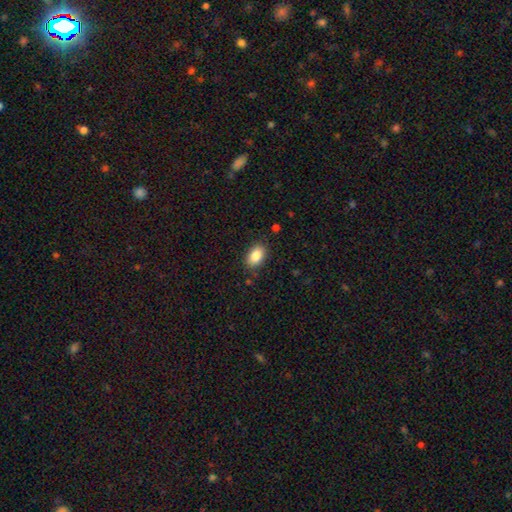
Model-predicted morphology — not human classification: Smooth or featured? smooth (86%)
How rounded? in between (87%)
Merging? none (86%)